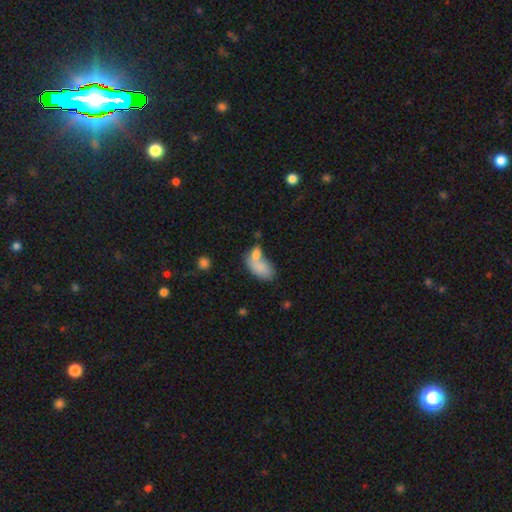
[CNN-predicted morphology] This appears to be a smooth galaxy with no disk features (78%) that is in between round and cigar-shaped (90%). Merging: merger (51%).